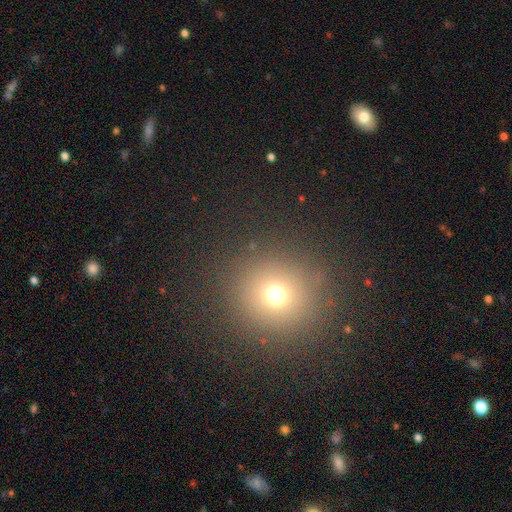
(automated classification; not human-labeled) Overall: smooth (65%; star or artifact 27%). How rounded: round (93%). Merging: none (91%).